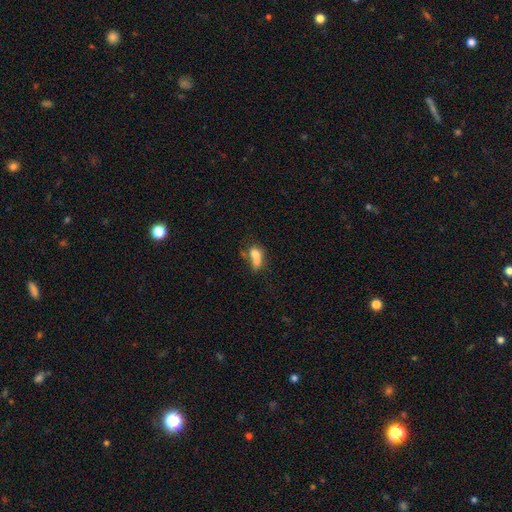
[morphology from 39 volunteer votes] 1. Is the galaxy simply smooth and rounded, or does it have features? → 72% smooth, 21% featured or disk, 8% star or artifact.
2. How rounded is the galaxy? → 57% in between, 29% round, 14% cigar-shaped.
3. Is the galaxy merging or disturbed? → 53% merger, 19% none, 19% minor disturbance, 8% major disturbance.